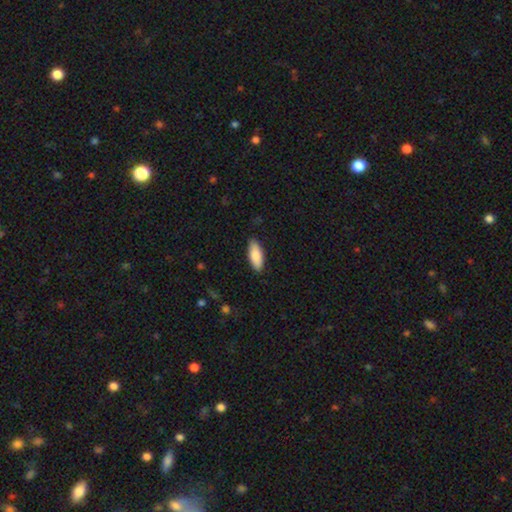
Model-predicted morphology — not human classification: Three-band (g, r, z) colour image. It shows a smooth galaxy with no disk features (85%) that is in between round and cigar-shaped (77%). Merging: none (88%).